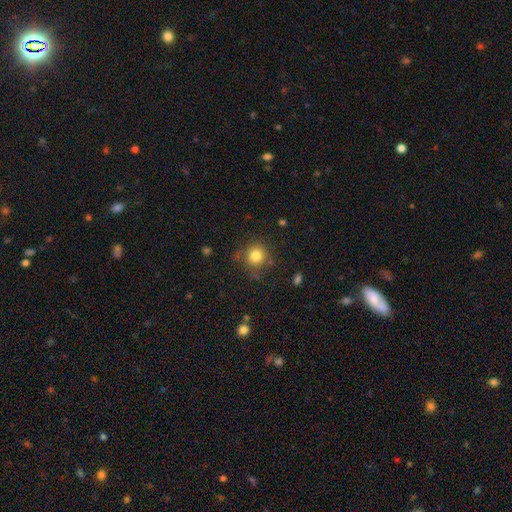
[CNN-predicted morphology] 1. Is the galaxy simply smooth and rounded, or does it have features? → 81% smooth, 12% star or artifact, 8% featured or disk.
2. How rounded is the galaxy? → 91% round, 8% in between, 1% cigar-shaped.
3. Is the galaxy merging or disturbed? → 77% none, 14% minor disturbance, 5% major disturbance, 4% merger.